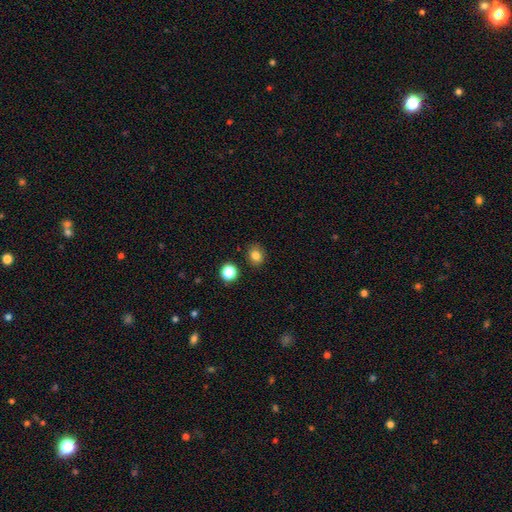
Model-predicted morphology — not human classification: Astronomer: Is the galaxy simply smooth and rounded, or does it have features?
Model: smooth — 82%.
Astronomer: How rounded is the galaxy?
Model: round — 70%.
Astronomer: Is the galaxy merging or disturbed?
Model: none — 86%.